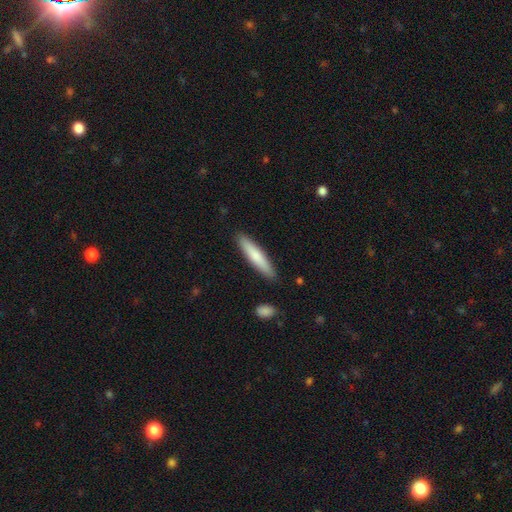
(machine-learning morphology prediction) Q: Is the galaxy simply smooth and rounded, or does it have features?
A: smooth — 73%.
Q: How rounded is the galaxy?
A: cigar-shaped — 88%.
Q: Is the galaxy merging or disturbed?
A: none — 89%.